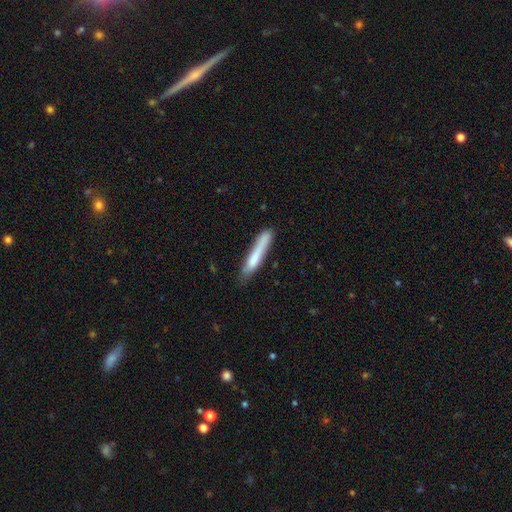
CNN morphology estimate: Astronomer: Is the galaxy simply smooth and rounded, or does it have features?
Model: smooth — 69%.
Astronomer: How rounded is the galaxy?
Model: cigar-shaped — 93%.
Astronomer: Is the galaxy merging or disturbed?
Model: none — 66%.